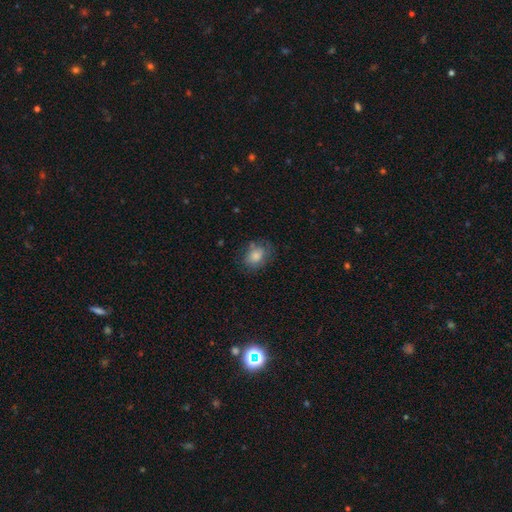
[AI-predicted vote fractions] smooth 76%, featured or disk 15%, star or artifact 9%. Down the decision tree: how rounded — in between (63%); merging — none (63%).